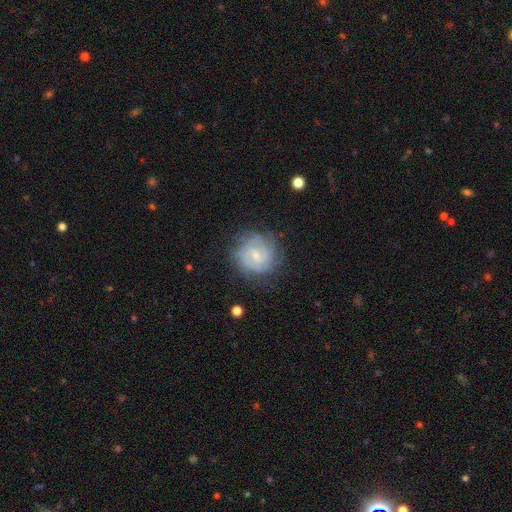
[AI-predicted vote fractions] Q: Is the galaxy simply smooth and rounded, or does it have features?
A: featured or disk — 69%.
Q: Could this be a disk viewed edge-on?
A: no — 98%.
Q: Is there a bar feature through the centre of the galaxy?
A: weak — 55%.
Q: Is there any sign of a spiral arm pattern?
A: yes — 87%.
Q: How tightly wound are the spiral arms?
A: tight — 63%.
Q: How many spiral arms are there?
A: can't tell — 45%.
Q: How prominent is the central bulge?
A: small — 62%.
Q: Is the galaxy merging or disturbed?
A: none — 73%.